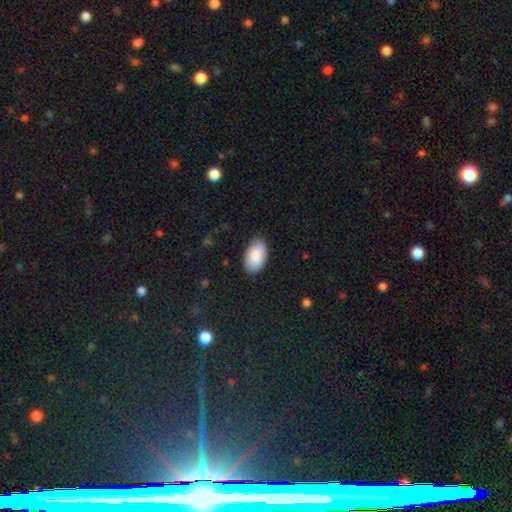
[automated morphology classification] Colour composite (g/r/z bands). It shows a smooth galaxy with no disk features (87%) that is in between round and cigar-shaped (95%). Merging: none (81%).